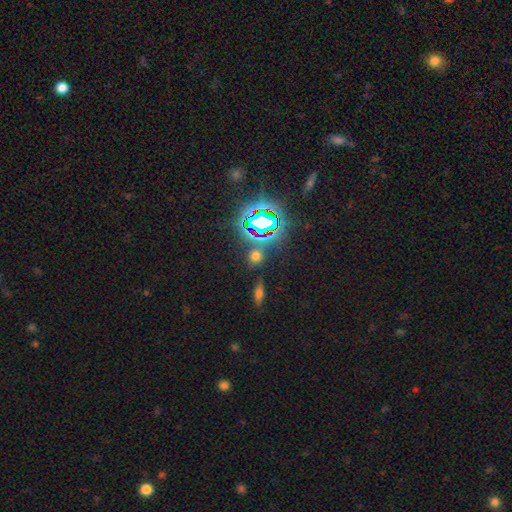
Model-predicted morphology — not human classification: Smooth or featured? Predicted: star or artifact (p=0.50).